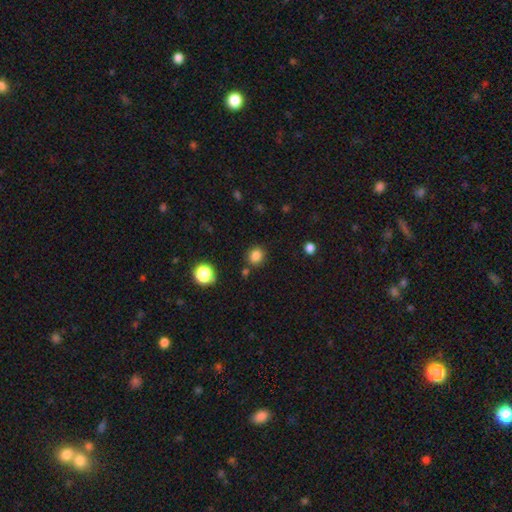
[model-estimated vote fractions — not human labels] smooth-or-featured: smooth: 83% | star or artifact: 13% | featured or disk: 4%
  how-rounded: round: 78% | in between: 21% | cigar-shaped: 1%
  merging: none: 82% | minor disturbance: 9% | merger: 6% | major disturbance: 3%